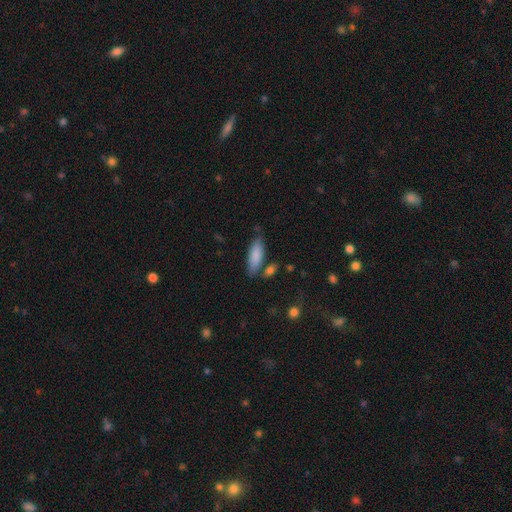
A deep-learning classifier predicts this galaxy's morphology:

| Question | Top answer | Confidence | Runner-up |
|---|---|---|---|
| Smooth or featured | smooth | 86% | featured or disk (8%) |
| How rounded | in between | 68% | cigar-shaped (30%) |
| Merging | none | 72% | minor disturbance (16%) |